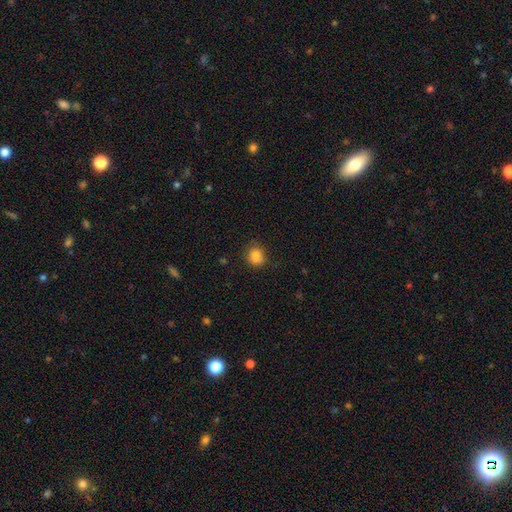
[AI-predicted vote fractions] Morphology: type=smooth (83%); roundness=round (72%); merging=none (70%).